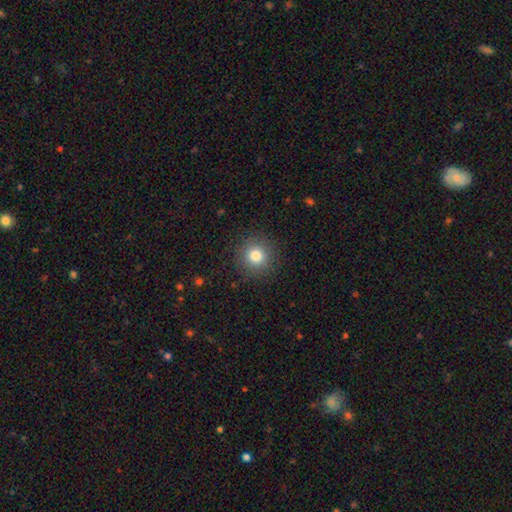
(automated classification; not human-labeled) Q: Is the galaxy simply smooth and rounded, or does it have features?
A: smooth — 82%.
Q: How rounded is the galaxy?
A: round — 94%.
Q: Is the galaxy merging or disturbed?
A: none — 90%.